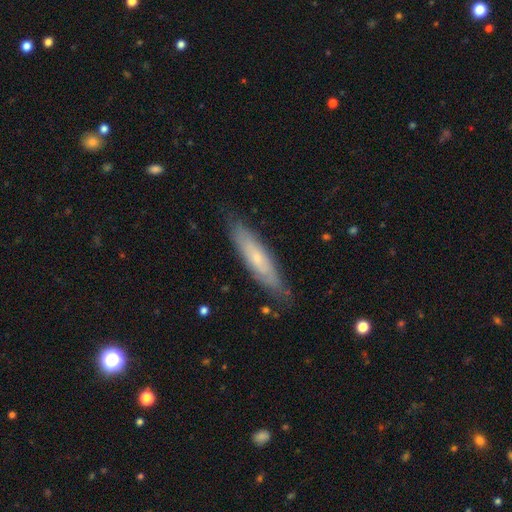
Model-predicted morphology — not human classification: Smooth or featured? smooth (49%)
Merging? none (80%)